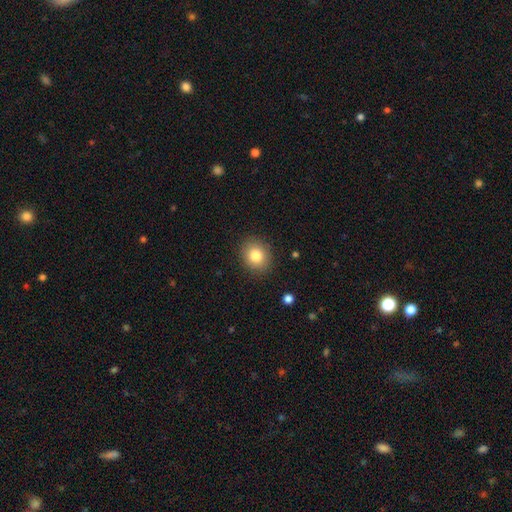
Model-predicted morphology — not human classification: Smooth or featured?
  - smooth: 82% *
  - star or artifact: 9%
  - featured or disk: 8%
How rounded?
  - round: 68% *
  - in between: 31%
  - cigar-shaped: 1%
Merging?
  - none: 88% *
  - minor disturbance: 8%
  - major disturbance: 2%
  - merger: 1%